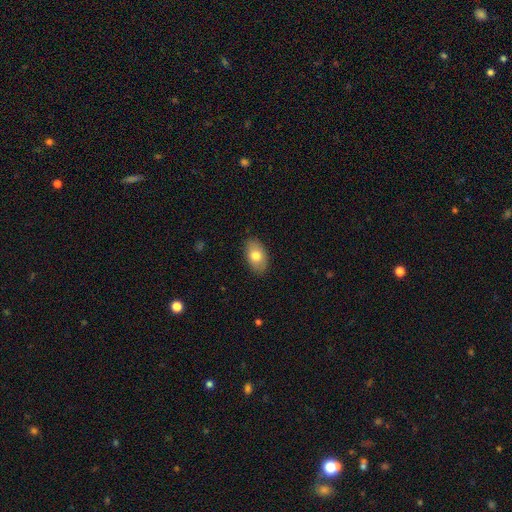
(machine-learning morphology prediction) A smooth galaxy with no disk features (76%) that is in between round and cigar-shaped (91%).

Vote fractions:
- Smooth or featured? smooth: 76% / featured or disk: 17% / star or artifact: 7%
- How rounded? in between: 91% / round: 7% / cigar-shaped: 2%
- Merging? none: 87% / minor disturbance: 10% / major disturbance: 2% / merger: 1%